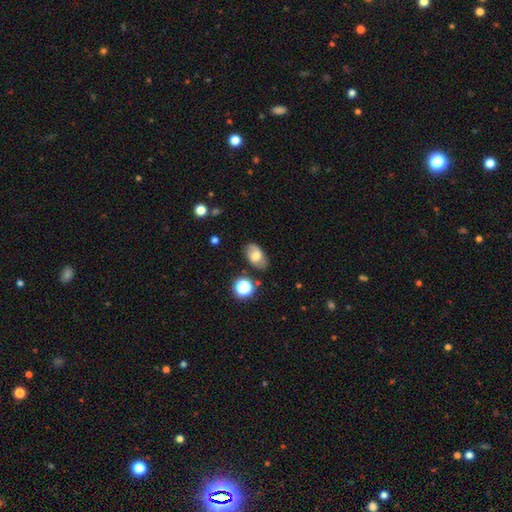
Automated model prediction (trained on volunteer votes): The model was most divided on "smooth or featured": smooth: 63%, featured or disk: 27%, star or artifact: 10%. More confident: how rounded — in between (87%); merging — none (77%).